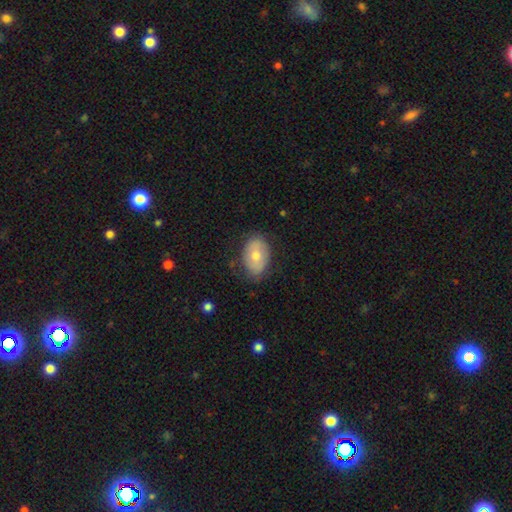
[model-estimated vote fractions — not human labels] Smooth or featured? smooth (62%)
How rounded? in between (83%)
Merging? none (75%)